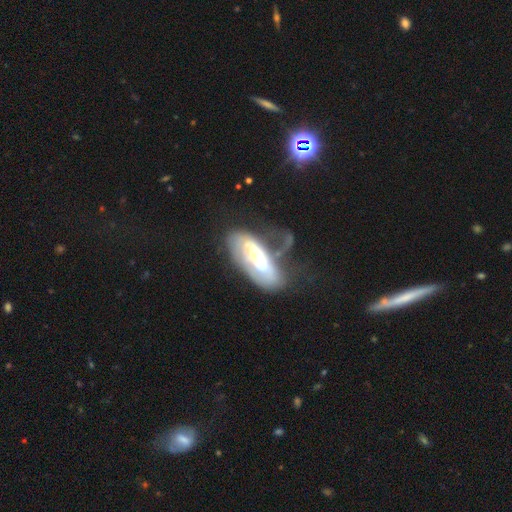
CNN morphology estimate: smooth_or_featured: featured or disk (p=0.70) [alt: smooth p=0.24]
disk_edge_on: no (p=0.91) [alt: yes p=0.09]
bar: no (p=0.72) [alt: weak p=0.21]
has_spiral_arms: yes (p=0.66) [alt: no p=0.34]
bulge_size: moderate (p=0.63) [alt: small p=0.24]
merging: major disturbance (p=0.34) [alt: none p=0.32]